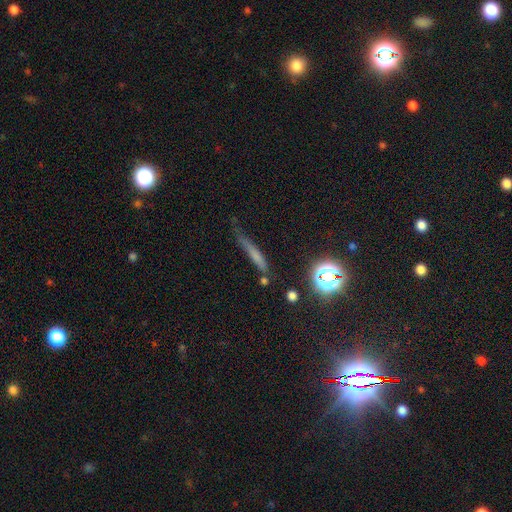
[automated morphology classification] A smooth galaxy with no disk features (54%) that is cigar-shaped (86%). Merging: none (60%).